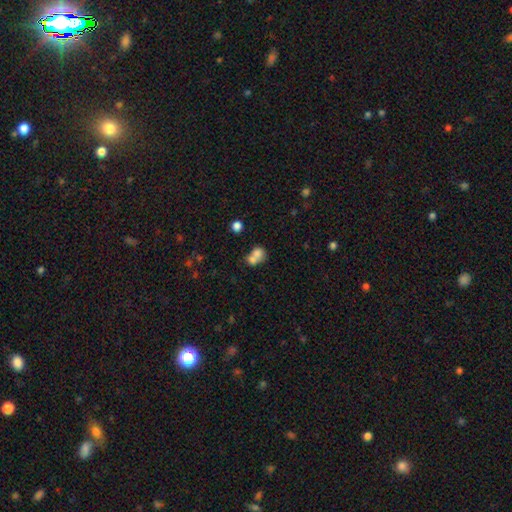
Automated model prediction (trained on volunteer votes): Smooth or featured? Predicted: smooth (p=0.74). How rounded? Predicted: round (p=0.61). Merging? Predicted: merger (p=0.66).